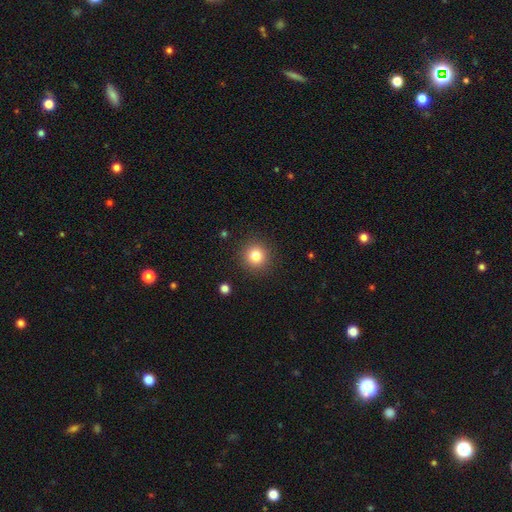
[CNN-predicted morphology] Smooth or featured? Predicted: smooth (p=0.81). How rounded? Predicted: round (p=0.94). Merging? Predicted: none (p=0.90).